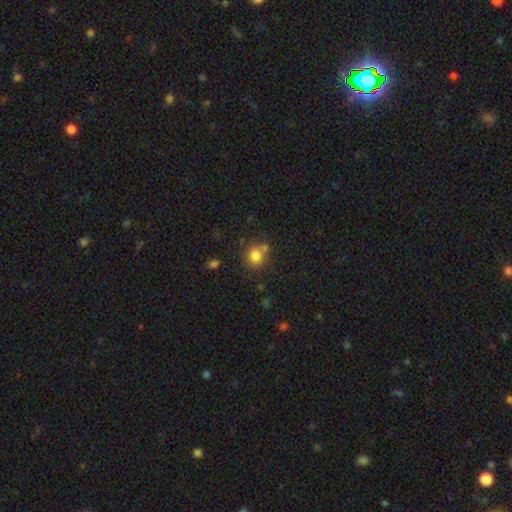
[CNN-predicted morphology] Smooth or featured? smooth (80%)
How rounded? round (78%)
Merging? none (61%)